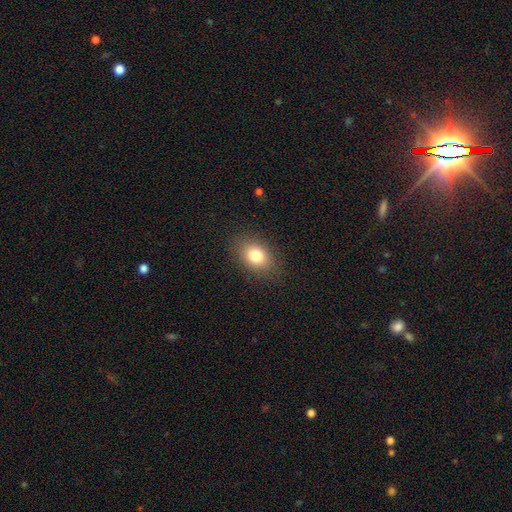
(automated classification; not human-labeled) Q: Smooth or featured?
A: smooth (80%); runner-up: star or artifact (10%)
Q: How rounded?
A: in between (73%); runner-up: round (26%)
Q: Merging?
A: none (85%); runner-up: minor disturbance (10%)